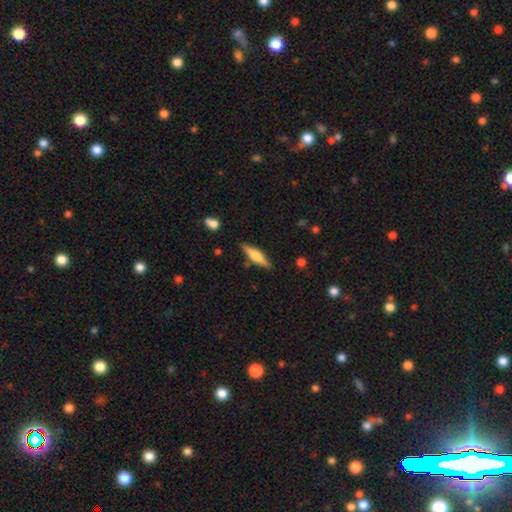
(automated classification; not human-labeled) This appears to be a featured or disk galaxy (57%) viewed edge-on (96%) with a rounded central bulge (85%). Merging: none (87%).